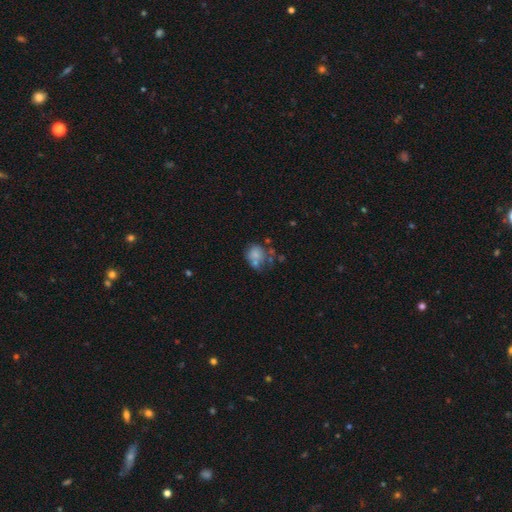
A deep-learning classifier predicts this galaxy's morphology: Overall: smooth (64%; featured or disk 25%). How rounded: round (62%; in between 37%). Merging: none (34%; merger 29%).